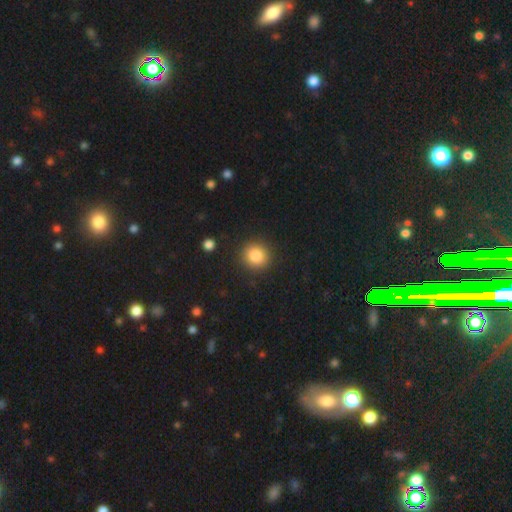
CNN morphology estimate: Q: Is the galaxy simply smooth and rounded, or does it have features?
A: smooth — 84%.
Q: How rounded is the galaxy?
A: round — 89%.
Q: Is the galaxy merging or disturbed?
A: none — 90%.